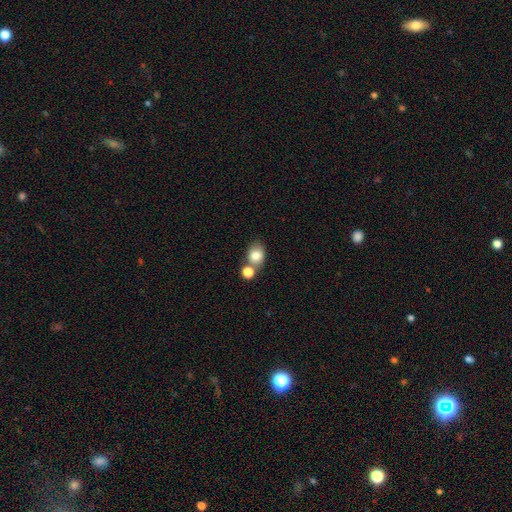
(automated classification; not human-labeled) Overall: smooth (81%). How rounded: in between (54%; round 45%). Merging: none (50%; merger 34%).